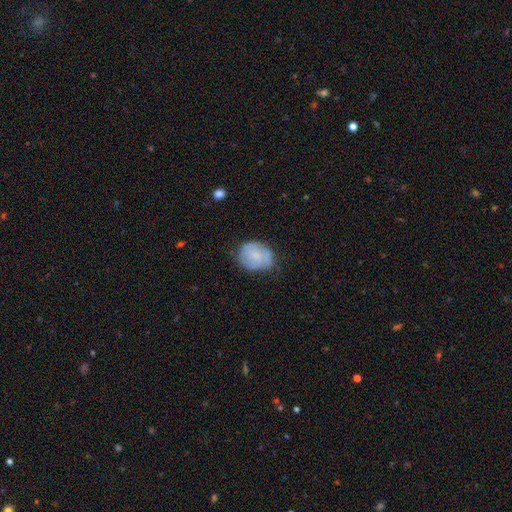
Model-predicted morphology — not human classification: This appears to be a smooth galaxy with no disk features (72%) that is round (53%). Merging: none (59%).